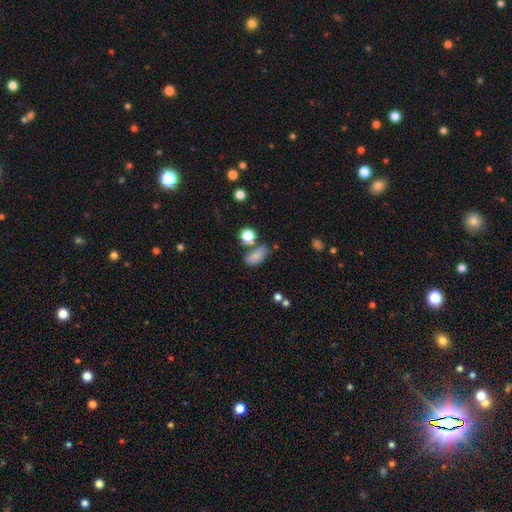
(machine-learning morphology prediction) Q: Smooth or featured?
A: smooth (78%); runner-up: star or artifact (12%)
Q: How rounded?
A: in between (83%); runner-up: round (11%)
Q: Merging?
A: none (50%); runner-up: minor disturbance (23%)